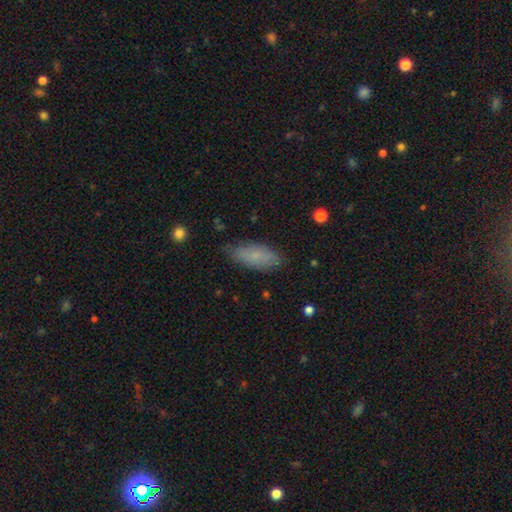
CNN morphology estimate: Smooth or featured? Predicted: smooth (p=0.75). How rounded? Predicted: in between (p=0.75). Merging? Predicted: none (p=0.79).